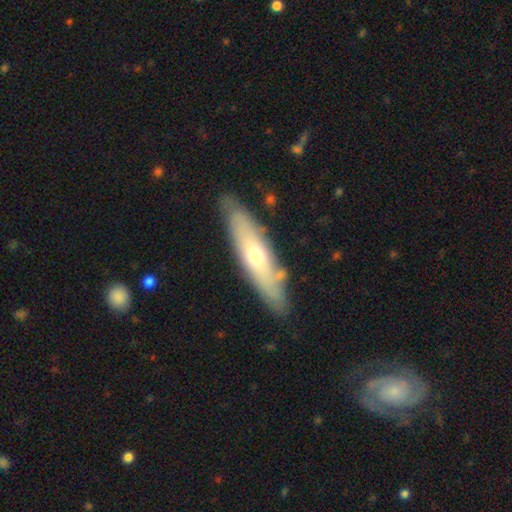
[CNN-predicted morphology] This appears to be a featured or disk galaxy (48%). Merging: none (82%).